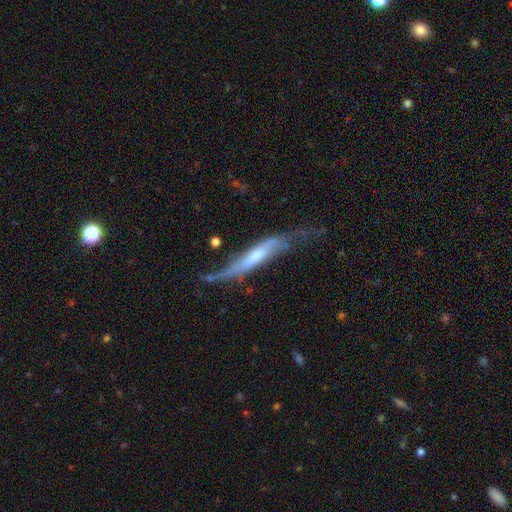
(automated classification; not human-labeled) featured or disk 74%, smooth 18%, star or artifact 8%. Down the decision tree: edge-on disk — yes (65%); merging — none (49%).